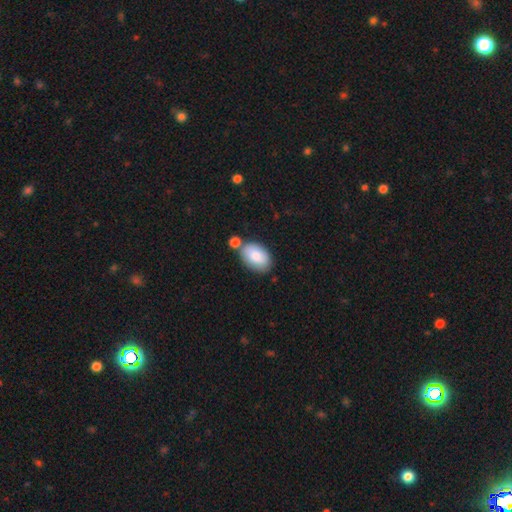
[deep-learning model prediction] A smooth galaxy with no disk features (84%) that is in between round and cigar-shaped (92%). Merging: none (62%).